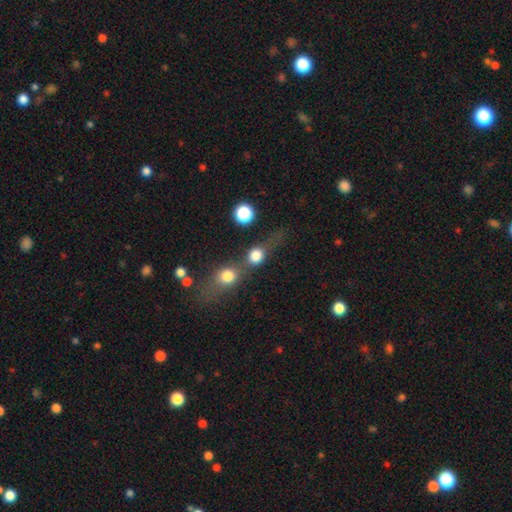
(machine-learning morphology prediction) Smooth or featured: smooth — 70% (featured or disk — 16%)
How rounded: round — 73% (in between — 21%)
Merging: merger — 53% (none — 31%)